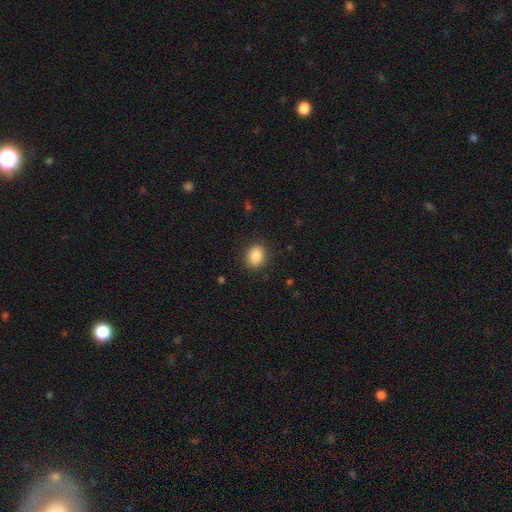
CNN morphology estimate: type=smooth (87%); roundness=round (55%); merging=none (88%).